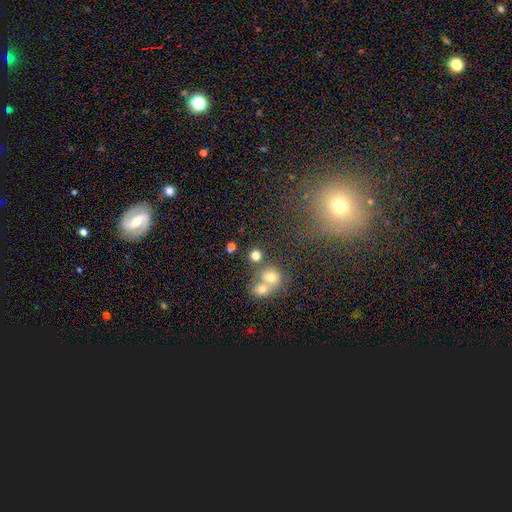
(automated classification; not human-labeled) This is likely a smooth galaxy (72%). How rounded: clearly round (81%). Merging: possibly none (50%).